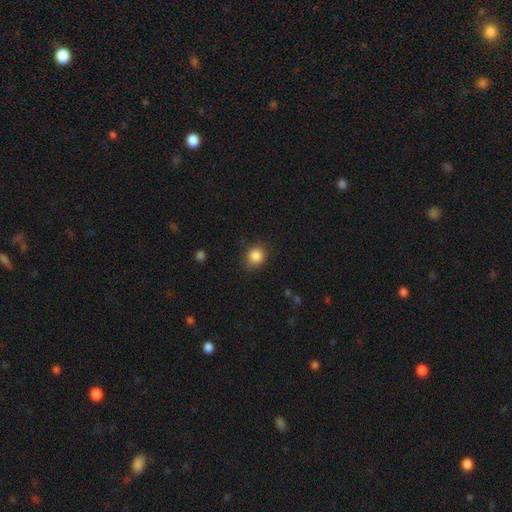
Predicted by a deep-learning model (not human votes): This appears to be a smooth galaxy with no disk features (86%) that is round (76%). Merging: none (79%).